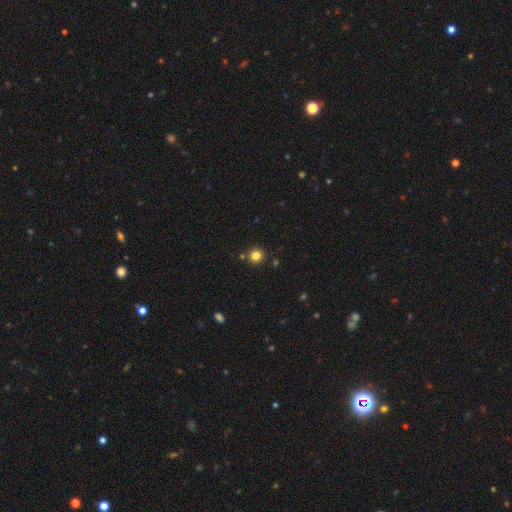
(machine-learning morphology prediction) smooth_or_featured: smooth (p=0.82) [alt: star or artifact p=0.13]
how_rounded: round (p=0.92) [alt: in between p=0.07]
merging: none (p=0.87) [alt: minor disturbance p=0.06]